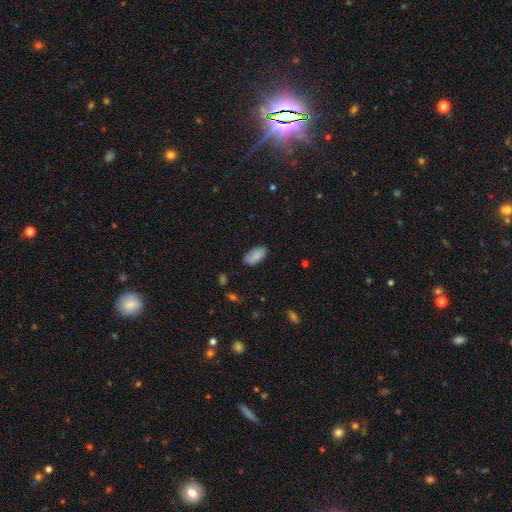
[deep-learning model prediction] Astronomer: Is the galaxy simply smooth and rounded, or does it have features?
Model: smooth — 84%.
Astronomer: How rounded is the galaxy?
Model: in between — 94%.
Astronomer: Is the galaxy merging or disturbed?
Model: none — 78%.